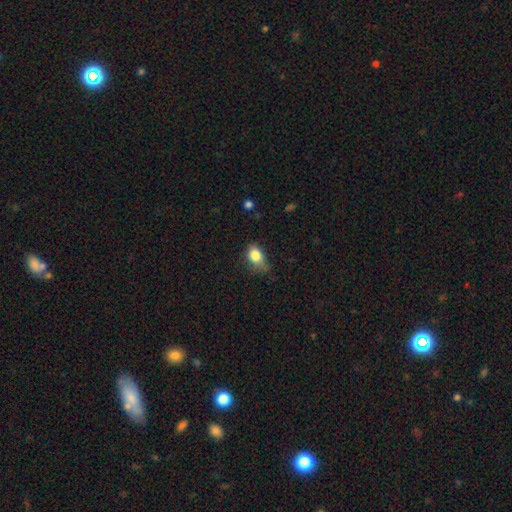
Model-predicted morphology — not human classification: Smooth or featured? Predicted: smooth (p=0.82). How rounded? Predicted: in between (p=0.74). Merging? Predicted: minor disturbance (p=0.42).